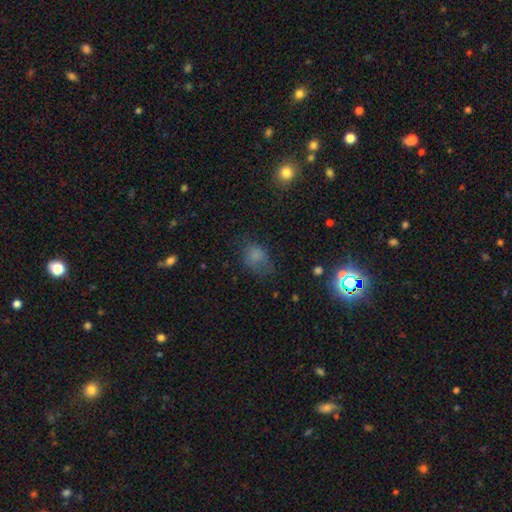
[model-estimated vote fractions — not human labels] The model was most divided on "how rounded": in between: 61%, round: 38%, cigar-shaped: 1%. More confident: smooth or featured — smooth (71%); merging — none (54%).